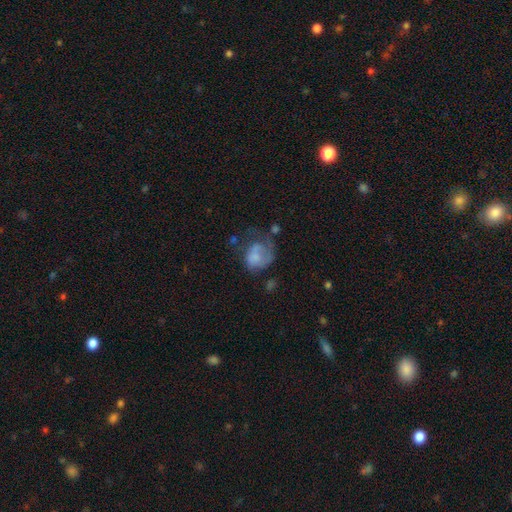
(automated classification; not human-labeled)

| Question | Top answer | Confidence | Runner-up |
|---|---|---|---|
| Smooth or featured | smooth | 54% | featured or disk (36%) |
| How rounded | in between | 52% | round (47%) |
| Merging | major disturbance | 48% | none (22%) |